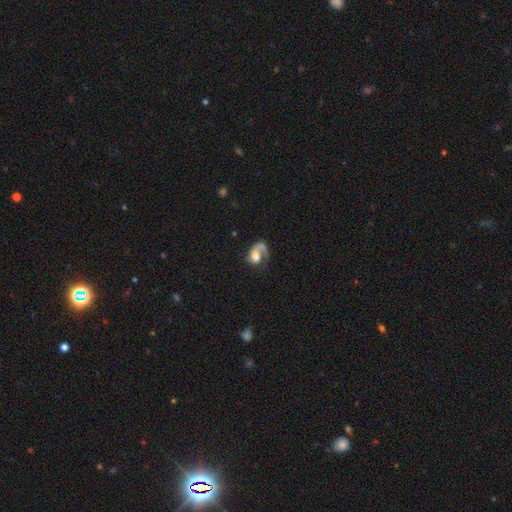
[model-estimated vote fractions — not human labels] This is likely a featured or disk galaxy (69%). It is clearly not viewed edge-on (98%). Bar: likely no (70%). Spiral arm pattern: clearly yes (88%). Spiral arm count: clearly 1 (85%). Spiral winding: possibly loose (47%). Central bulge: marginally moderate (44%). Merging: marginally major disturbance (39%).